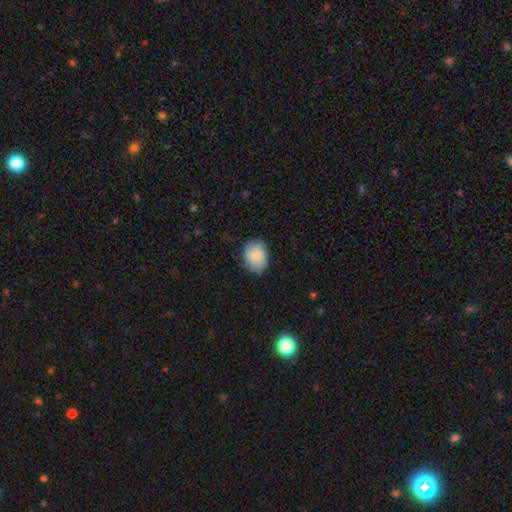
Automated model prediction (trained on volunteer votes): Q: Smooth or featured?
A: smooth (84%); runner-up: featured or disk (9%)
Q: How rounded?
A: in between (62%); runner-up: round (37%)
Q: Merging?
A: none (80%); runner-up: minor disturbance (16%)